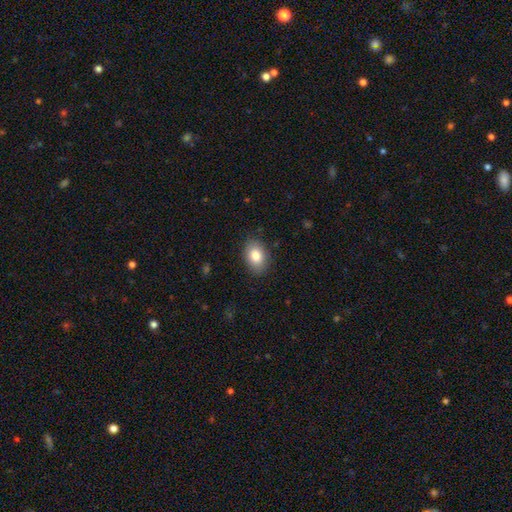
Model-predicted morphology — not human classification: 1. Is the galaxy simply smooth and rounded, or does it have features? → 83% smooth, 9% featured or disk, 7% star or artifact.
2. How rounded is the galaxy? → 85% in between, 14% round, 1% cigar-shaped.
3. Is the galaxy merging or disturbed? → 86% none, 10% minor disturbance, 2% major disturbance, 1% merger.